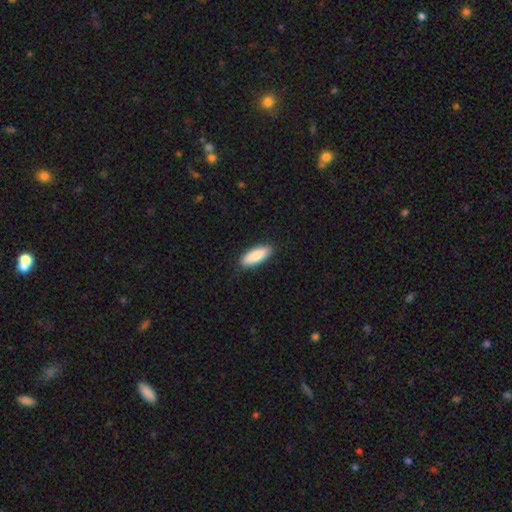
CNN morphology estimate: Smooth or featured: smooth — 87% (featured or disk — 8%)
How rounded: in between — 66% (cigar-shaped — 32%)
Merging: none — 89% (minor disturbance — 8%)